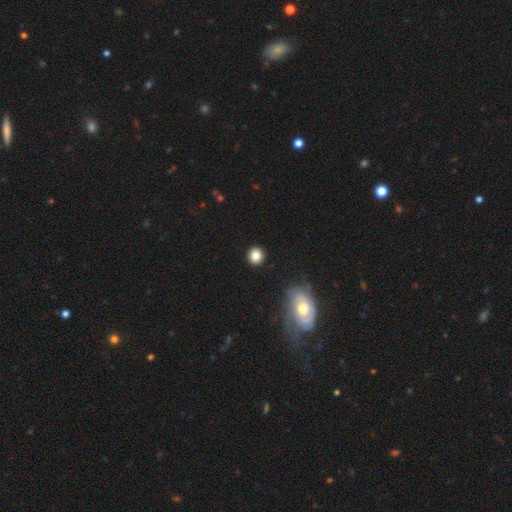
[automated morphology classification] smooth_or_featured: smooth (p=0.85) [alt: star or artifact p=0.10]
how_rounded: round (p=0.86) [alt: in between p=0.12]
merging: none (p=0.91) [alt: minor disturbance p=0.06]